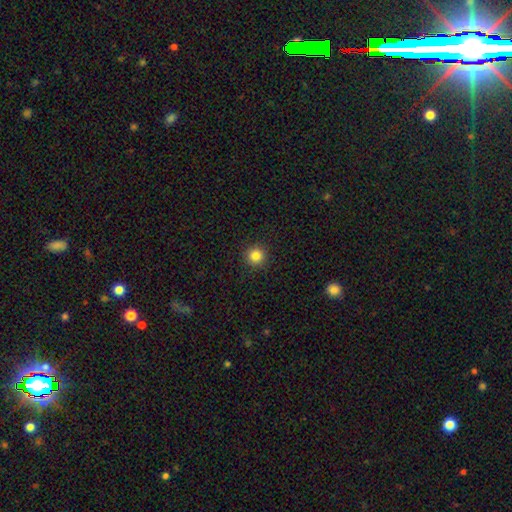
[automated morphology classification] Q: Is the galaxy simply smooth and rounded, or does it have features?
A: smooth — 85%.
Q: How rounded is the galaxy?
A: round — 96%.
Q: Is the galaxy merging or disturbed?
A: none — 93%.